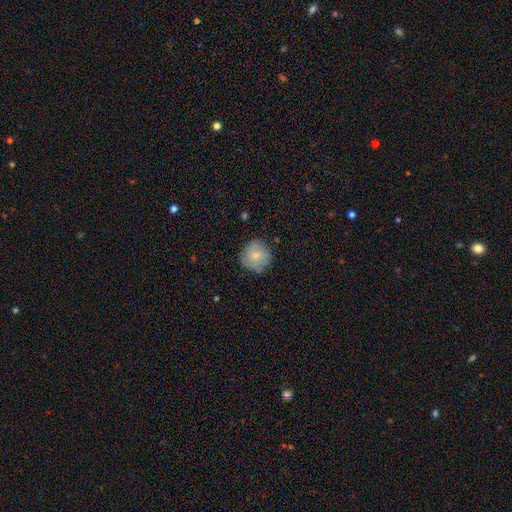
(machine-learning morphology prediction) Q: Smooth or featured?
A: smooth (65%); runner-up: featured or disk (28%)
Q: How rounded?
A: round (93%); runner-up: in between (6%)
Q: Merging?
A: none (79%); runner-up: minor disturbance (16%)